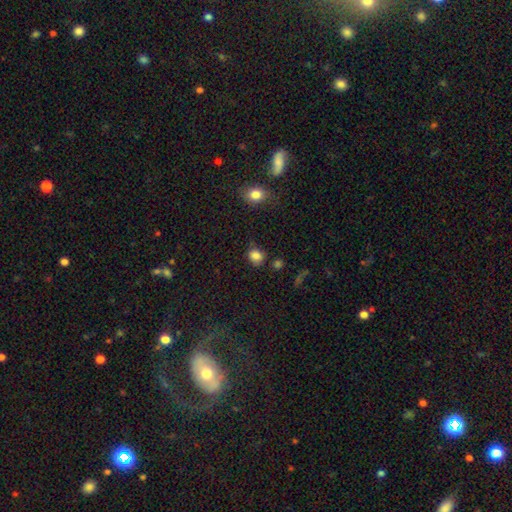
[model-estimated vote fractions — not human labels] Q: Smooth or featured?
A: smooth (83%); runner-up: star or artifact (12%)
Q: How rounded?
A: round (69%); runner-up: in between (30%)
Q: Merging?
A: none (70%); runner-up: minor disturbance (20%)